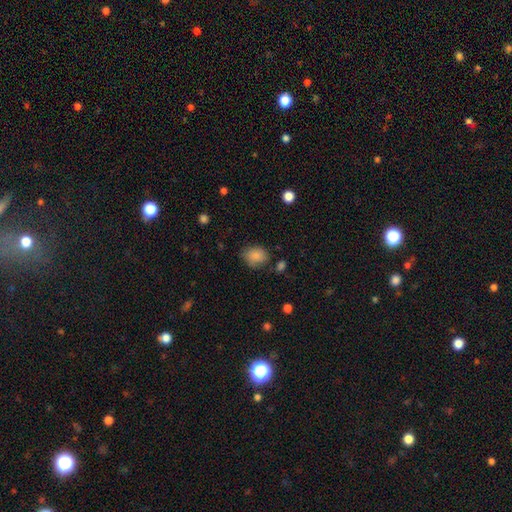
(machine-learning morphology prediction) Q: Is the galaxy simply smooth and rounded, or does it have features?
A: smooth — 85%.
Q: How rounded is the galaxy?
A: round — 50%.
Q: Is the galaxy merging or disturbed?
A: none — 70%.